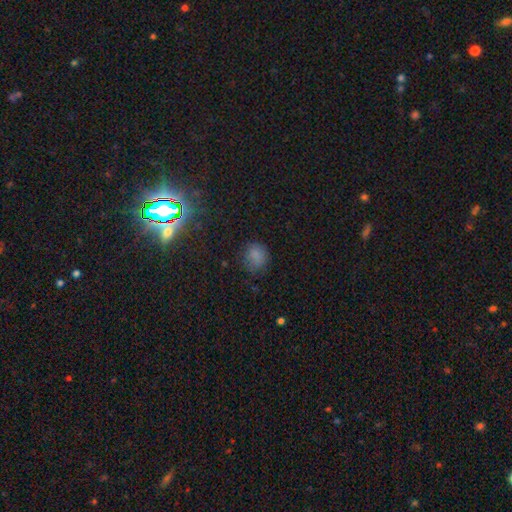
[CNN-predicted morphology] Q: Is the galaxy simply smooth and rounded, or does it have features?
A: smooth — 78%.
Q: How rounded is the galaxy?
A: round — 71%.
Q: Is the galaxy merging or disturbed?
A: none — 69%.